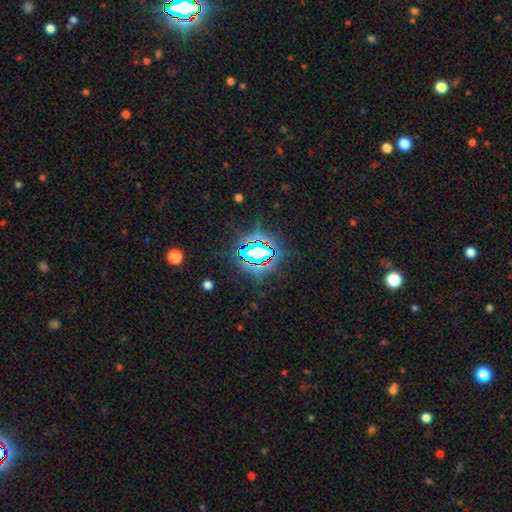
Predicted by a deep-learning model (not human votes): Smooth or featured? star or artifact (74%)